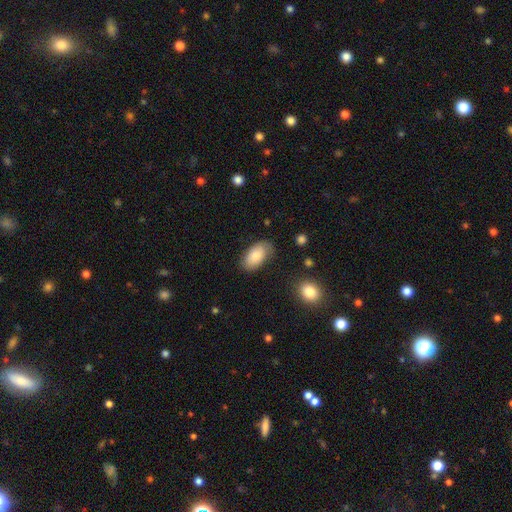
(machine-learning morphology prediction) type=smooth (81%); roundness=in between (95%); merging=none (76%).